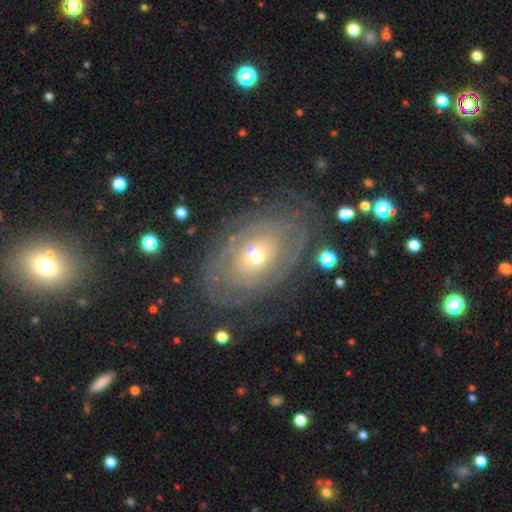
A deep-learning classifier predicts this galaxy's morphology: This appears to be a featured or disk galaxy (75%) with no bar (74%), spiral arms (66%) and a small central bulge (47%, tied with moderate). Merging: none (71%).